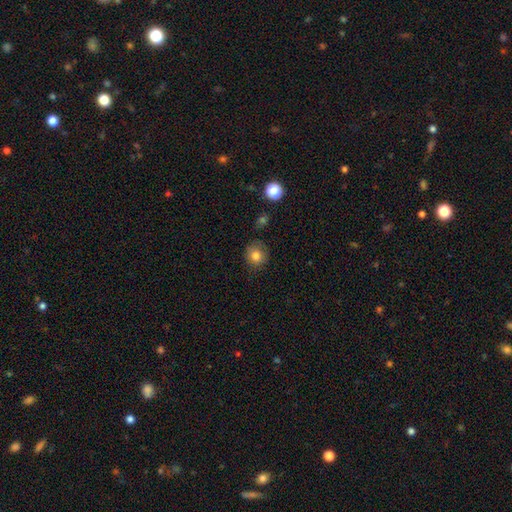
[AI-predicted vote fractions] This is clearly a smooth galaxy (82%). How rounded: clearly round (86%). Merging: likely none (77%).